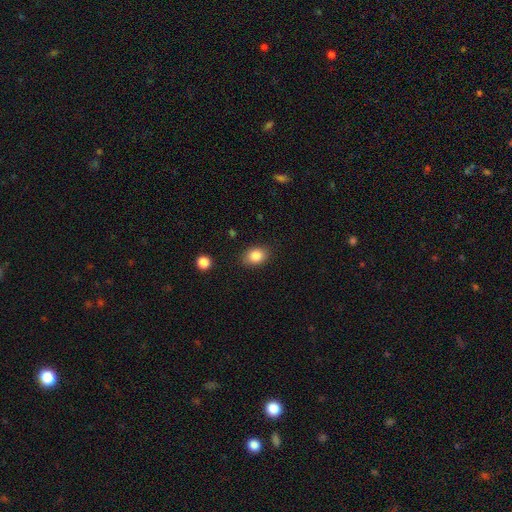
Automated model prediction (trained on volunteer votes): This appears to be a smooth galaxy with no disk features (84%) that is in between round and cigar-shaped (66%). Merging: none (86%).